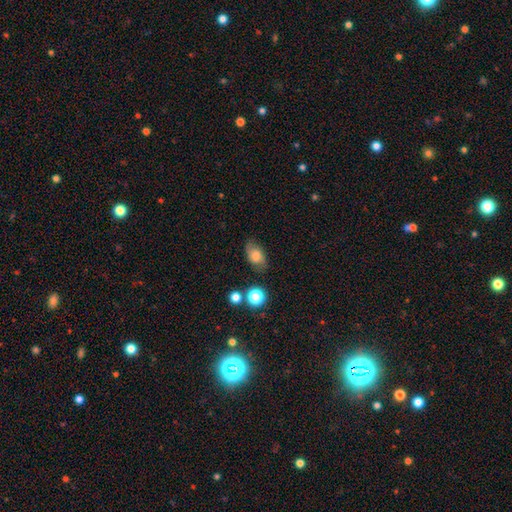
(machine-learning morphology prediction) smooth_or_featured: smooth (p=0.65) [alt: featured or disk p=0.24]
how_rounded: in between (p=0.83) [alt: round p=0.14]
merging: none (p=0.73) [alt: minor disturbance p=0.19]